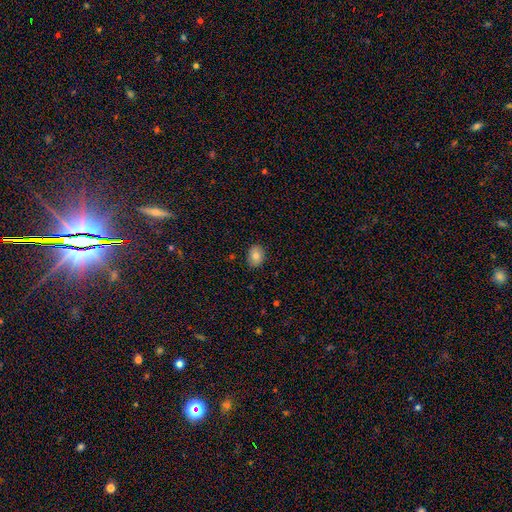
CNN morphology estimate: smooth_or_featured: smooth (p=0.82) [alt: featured or disk p=0.09]
how_rounded: in between (p=0.56) [alt: round p=0.43]
merging: none (p=0.89) [alt: minor disturbance p=0.09]